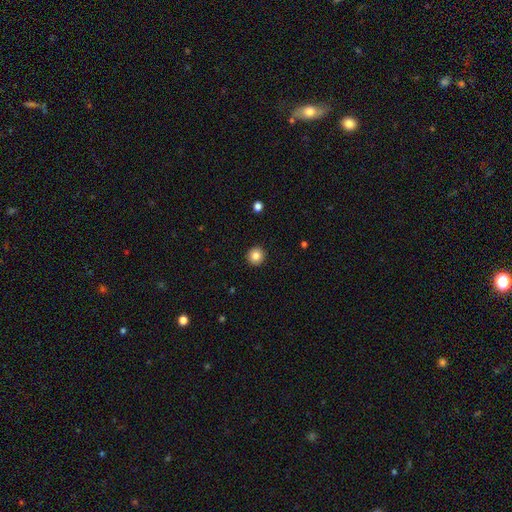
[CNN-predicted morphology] Q: Smooth or featured?
A: smooth (84%); runner-up: star or artifact (10%)
Q: How rounded?
A: round (93%); runner-up: in between (6%)
Q: Merging?
A: none (93%); runner-up: minor disturbance (5%)